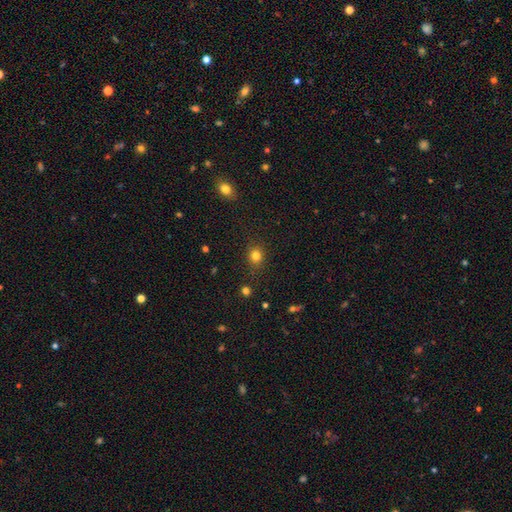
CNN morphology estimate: Q: Smooth or featured?
A: smooth (80%); runner-up: star or artifact (14%)
Q: How rounded?
A: round (79%); runner-up: in between (20%)
Q: Merging?
A: none (87%); runner-up: minor disturbance (9%)